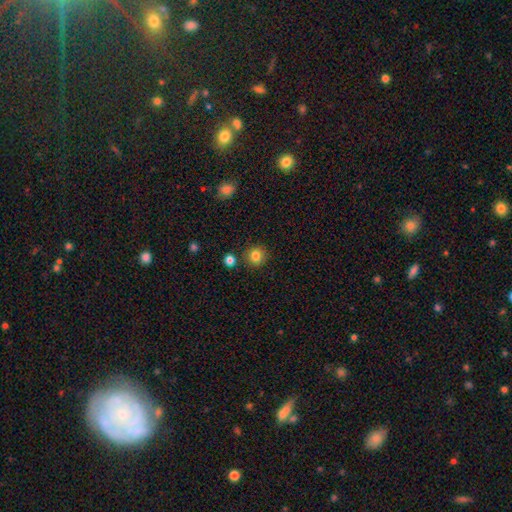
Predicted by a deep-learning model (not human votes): A smooth galaxy with no disk features (83%) that is round (88%). Merging: none (86%).